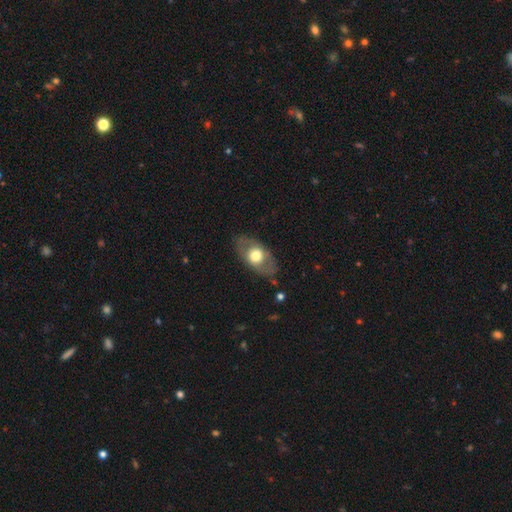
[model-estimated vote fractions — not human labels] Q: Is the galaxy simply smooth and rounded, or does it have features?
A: smooth — 52%.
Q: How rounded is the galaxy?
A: in between — 85%.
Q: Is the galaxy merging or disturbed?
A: none — 79%.